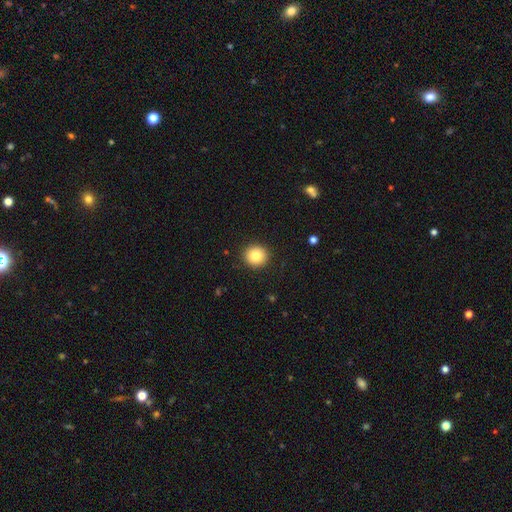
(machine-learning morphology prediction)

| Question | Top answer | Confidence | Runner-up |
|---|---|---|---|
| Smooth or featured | smooth | 82% | star or artifact (9%) |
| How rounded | round | 93% | in between (6%) |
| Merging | none | 92% | minor disturbance (5%) |